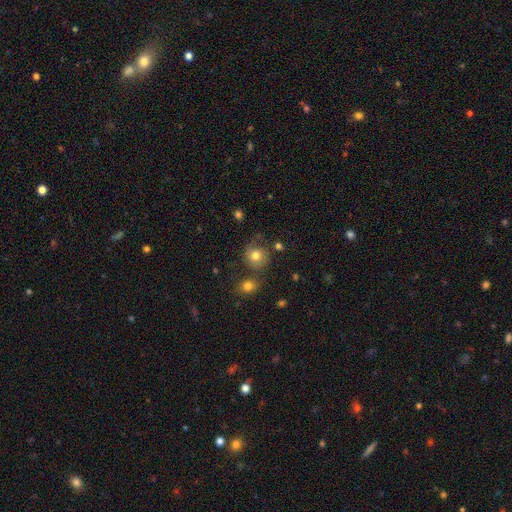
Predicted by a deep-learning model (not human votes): smooth_or_featured: smooth (p=0.73) [alt: featured or disk p=0.15]
how_rounded: round (p=0.85) [alt: in between p=0.14]
merging: none (p=0.63) [alt: minor disturbance p=0.18]